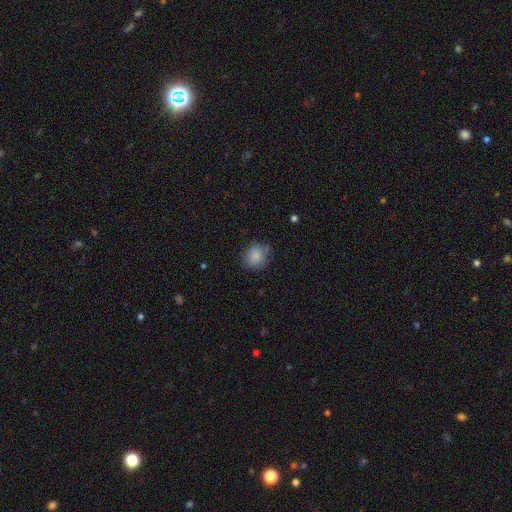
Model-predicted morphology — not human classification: The model was most divided on "merging": none: 77%, minor disturbance: 17%, major disturbance: 4%, merger: 2%. More confident: smooth or featured — smooth (85%); how rounded — round (83%).